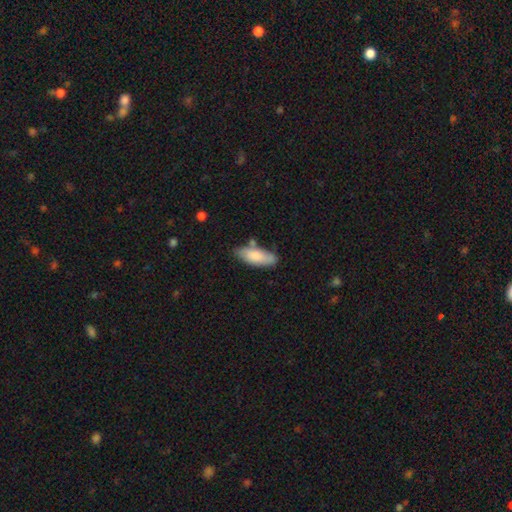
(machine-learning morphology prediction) Smooth or featured? smooth (80%)
How rounded? in between (73%)
Merging? none (69%)